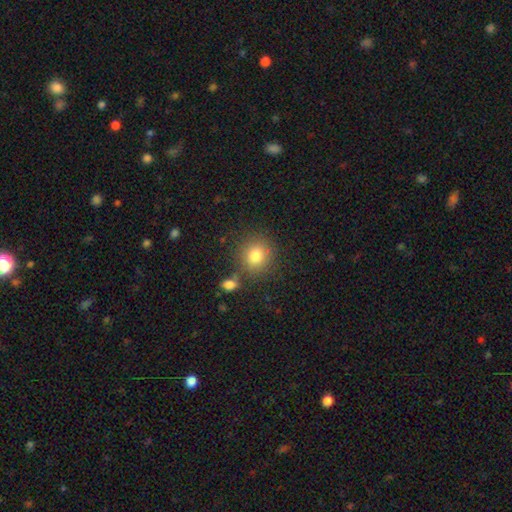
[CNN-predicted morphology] Q: Smooth or featured?
A: smooth (81%); runner-up: star or artifact (11%)
Q: How rounded?
A: round (83%); runner-up: in between (16%)
Q: Merging?
A: none (78%); runner-up: minor disturbance (10%)